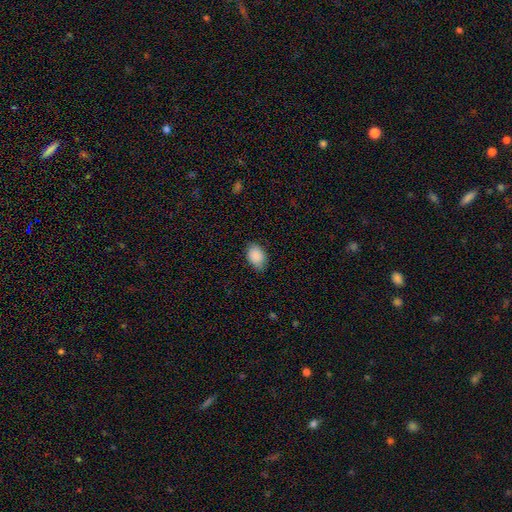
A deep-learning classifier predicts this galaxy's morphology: smooth-or-featured: smooth: 89% | star or artifact: 7% | featured or disk: 4%
  how-rounded: in between: 82% | round: 17% | cigar-shaped: 1%
  merging: none: 77% | minor disturbance: 19% | major disturbance: 3% | merger: 1%